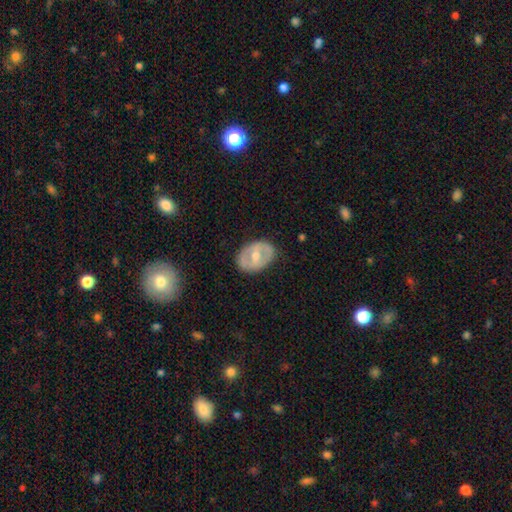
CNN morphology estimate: This appears to be a featured or disk galaxy (56%) with a weak bar (40%), no spiral arms (77%) and a moderate central bulge (64%). Merging: none (83%).